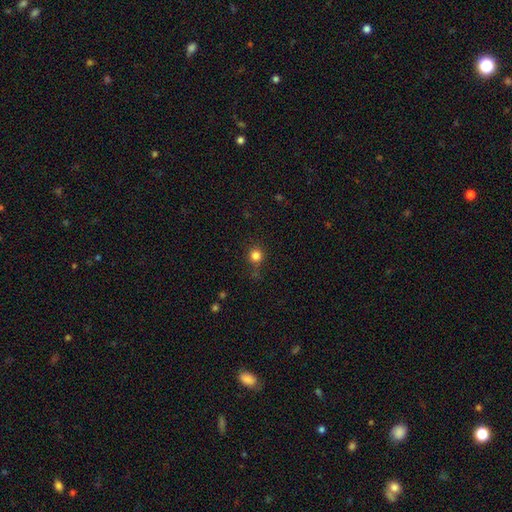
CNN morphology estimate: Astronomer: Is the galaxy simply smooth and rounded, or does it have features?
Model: smooth — 82%.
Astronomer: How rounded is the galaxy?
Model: round — 92%.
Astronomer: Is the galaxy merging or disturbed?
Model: none — 77%.